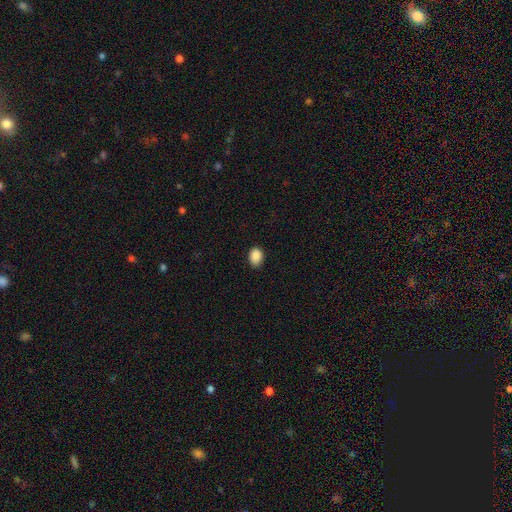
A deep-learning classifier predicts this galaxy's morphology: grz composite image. It shows a smooth galaxy with no disk features (89%) that is in between round and cigar-shaped (74%). Merging: none (83%).